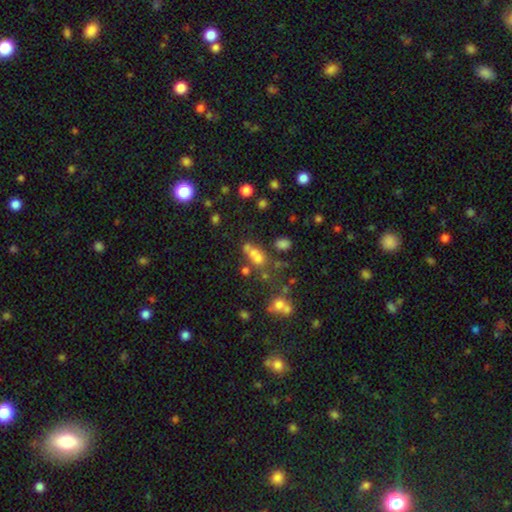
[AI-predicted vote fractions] Morphology: type=smooth (57%); roundness=round (48%); merging=merger (46%).